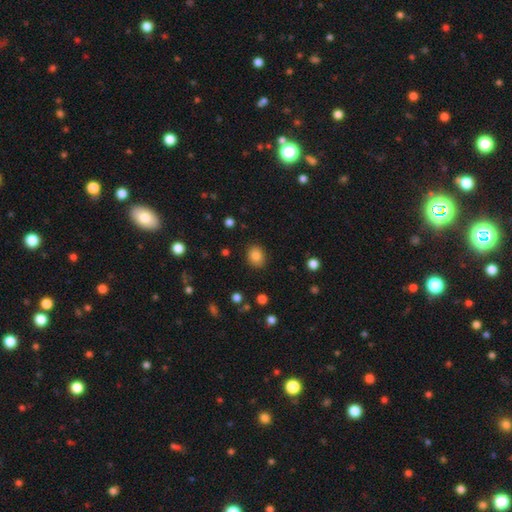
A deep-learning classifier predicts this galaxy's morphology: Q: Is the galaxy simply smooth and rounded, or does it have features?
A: smooth — 85%.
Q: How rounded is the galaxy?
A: round — 61%.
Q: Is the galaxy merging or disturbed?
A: none — 87%.